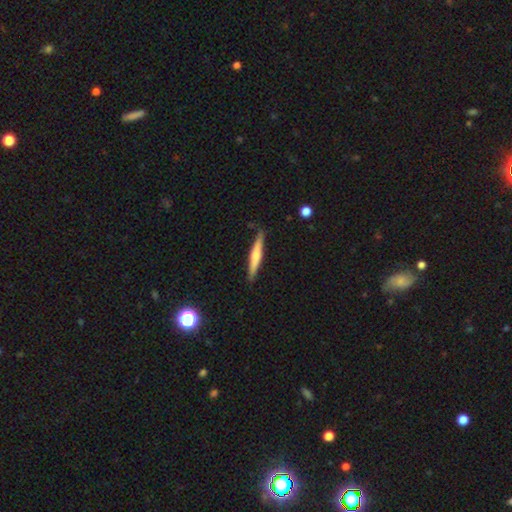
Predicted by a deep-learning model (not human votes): Q: Smooth or featured?
A: smooth (53%); runner-up: featured or disk (42%)
Q: How rounded?
A: cigar-shaped (94%); runner-up: in between (5%)
Q: Merging?
A: none (87%); runner-up: minor disturbance (10%)